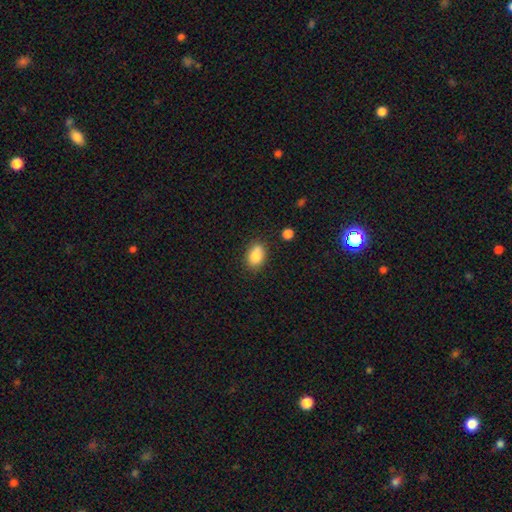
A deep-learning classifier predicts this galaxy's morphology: Smooth or featured? smooth (85%)
How rounded? in between (82%)
Merging? none (78%)